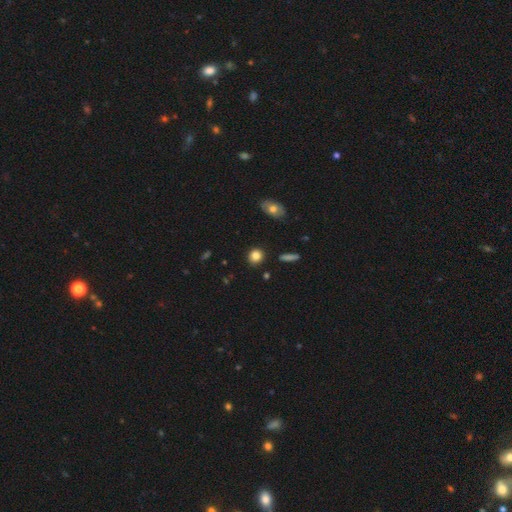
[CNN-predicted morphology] A smooth galaxy with no disk features (83%) that is round (82%).

Vote fractions:
- Smooth or featured? smooth: 83% / star or artifact: 10% / featured or disk: 7%
- How rounded? round: 82% / in between: 16% / cigar-shaped: 2%
- Merging? none: 89% / minor disturbance: 7% / major disturbance: 2% / merger: 2%